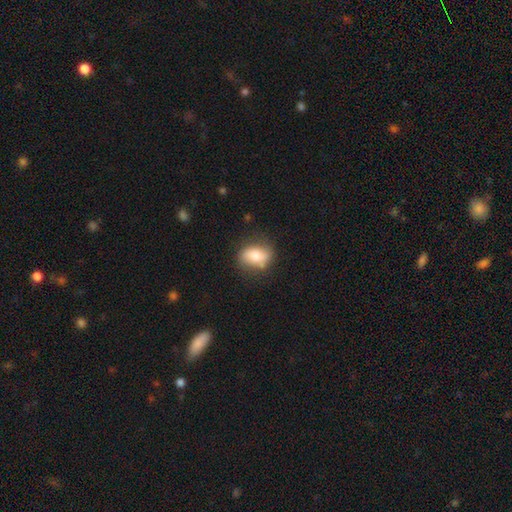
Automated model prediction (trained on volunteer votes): A smooth galaxy with no disk features (74%) that is in between round and cigar-shaped (72%).

Vote fractions:
- Smooth or featured? smooth: 74% / featured or disk: 19% / star or artifact: 7%
- How rounded? in between: 72% / round: 26% / cigar-shaped: 2%
- Merging? none: 69% / minor disturbance: 21% / major disturbance: 6% / merger: 4%